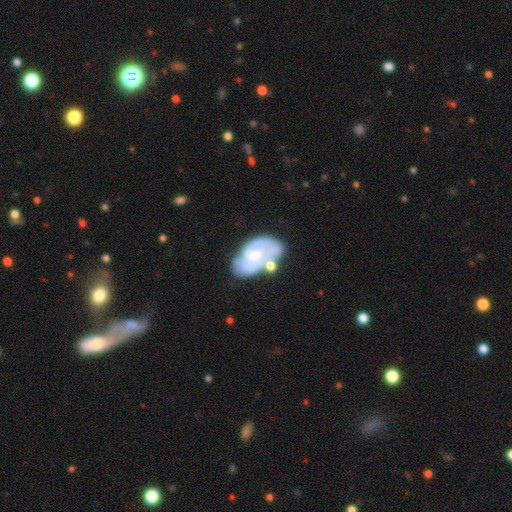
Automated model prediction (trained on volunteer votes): A featured or disk galaxy (61%) with no bar (65%), spiral arms (64%) and a small central bulge (49%). Merging: none (49%).